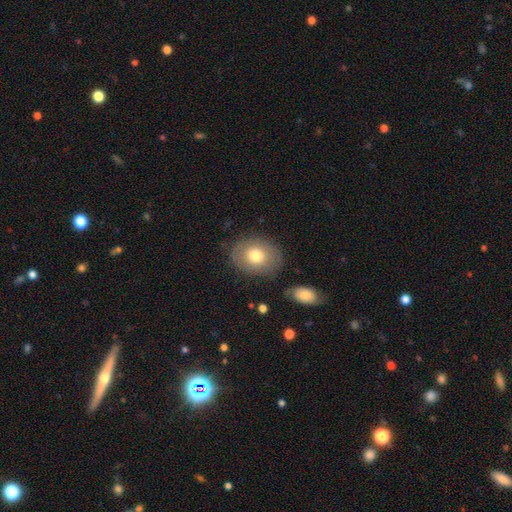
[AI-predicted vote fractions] smooth-or-featured: smooth: 73% | featured or disk: 19% | star or artifact: 8%
  how-rounded: in between: 50% | round: 49% | cigar-shaped: 1%
  merging: none: 81% | minor disturbance: 12% | major disturbance: 4% | merger: 3%